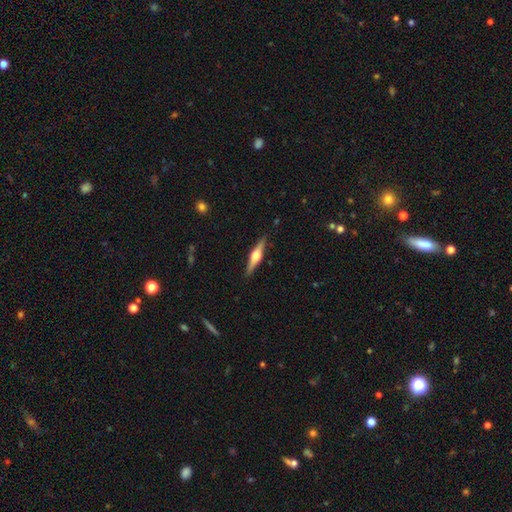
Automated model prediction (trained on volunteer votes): Q: Smooth or featured?
A: featured or disk (75%); runner-up: smooth (20%)
Q: Edge-on disk?
A: yes (98%); runner-up: no (2%)
Q: Edge-on bulge?
A: rounded (94%); runner-up: boxy (4%)
Q: Merging?
A: none (90%); runner-up: minor disturbance (8%)